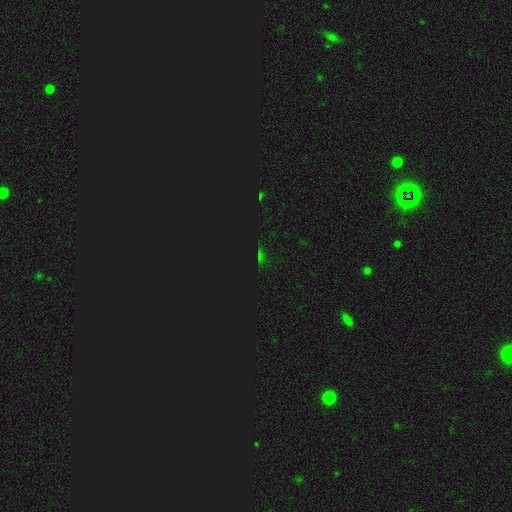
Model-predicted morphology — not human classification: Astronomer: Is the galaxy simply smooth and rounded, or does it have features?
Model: star or artifact — 75%.